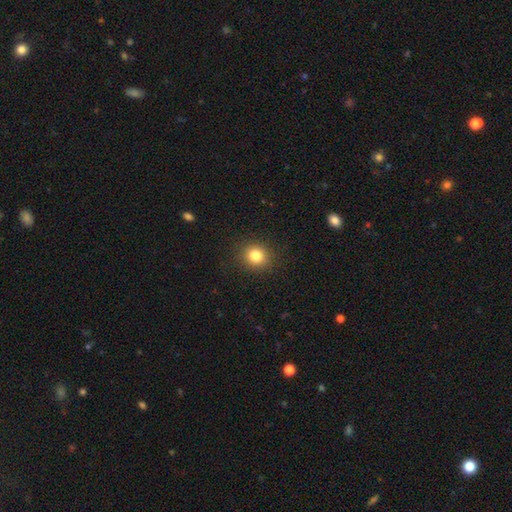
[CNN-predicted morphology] Smooth or featured? Predicted: smooth (p=0.82). How rounded? Predicted: round (p=0.84). Merging? Predicted: none (p=0.90).